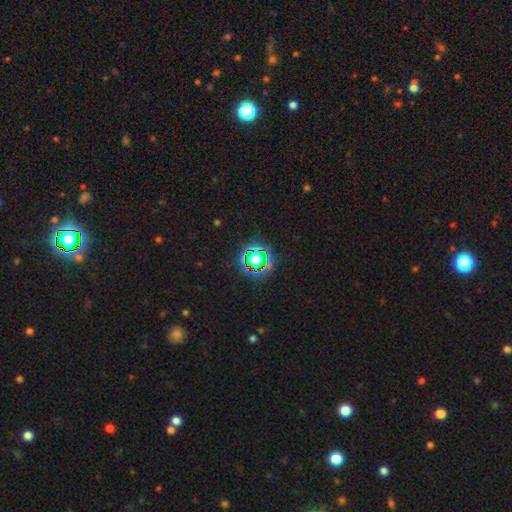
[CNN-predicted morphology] Q: Smooth or featured?
A: star or artifact (62%); runner-up: smooth (27%)